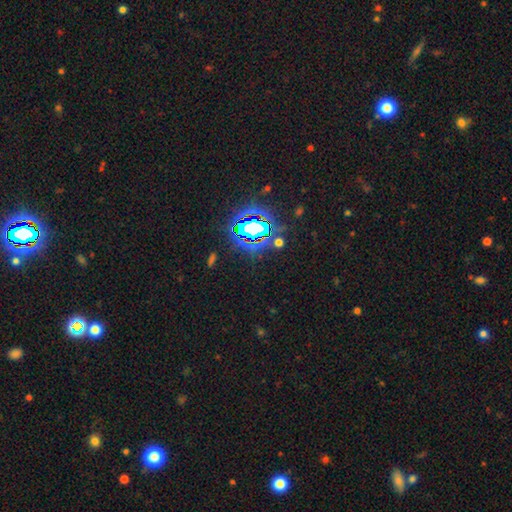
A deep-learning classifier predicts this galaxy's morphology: type=star or artifact (83%).